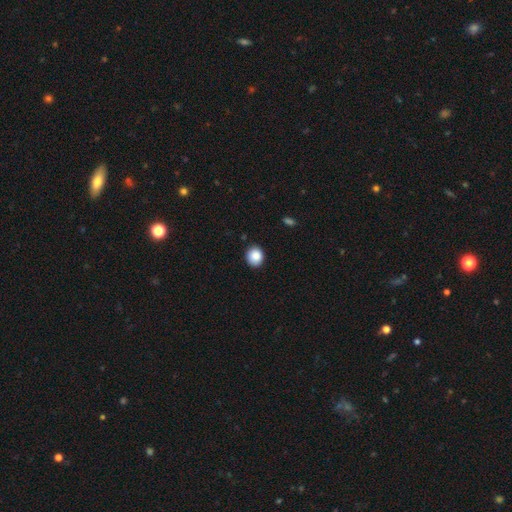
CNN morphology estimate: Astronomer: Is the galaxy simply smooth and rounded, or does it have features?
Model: smooth — 87%.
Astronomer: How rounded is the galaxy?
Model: round — 77%.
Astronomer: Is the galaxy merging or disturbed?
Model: none — 90%.